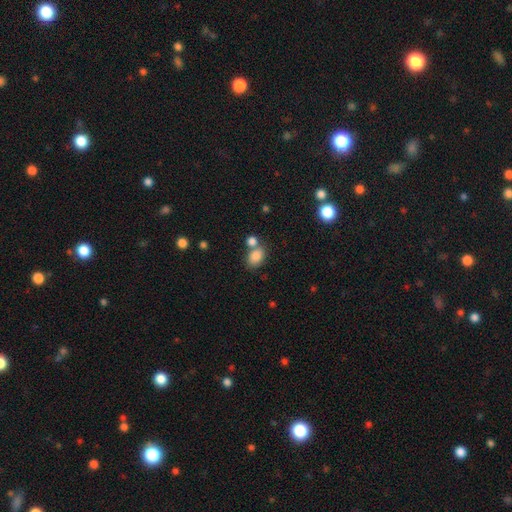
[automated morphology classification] Smooth or featured? Predicted: smooth (p=0.84). How rounded? Predicted: in between (p=0.75). Merging? Predicted: none (p=0.51).